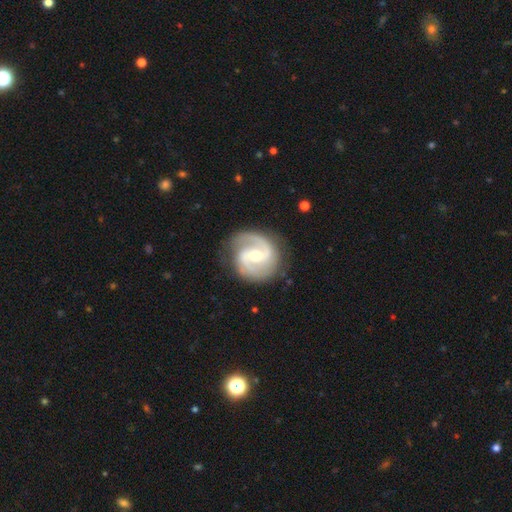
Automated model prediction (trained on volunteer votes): This appears to be a featured or disk galaxy (90%) with a weak bar (49%), 2 (91%) medium (55%) spiral arms (98%) and a moderate central bulge (59%). Merging: none (83%).